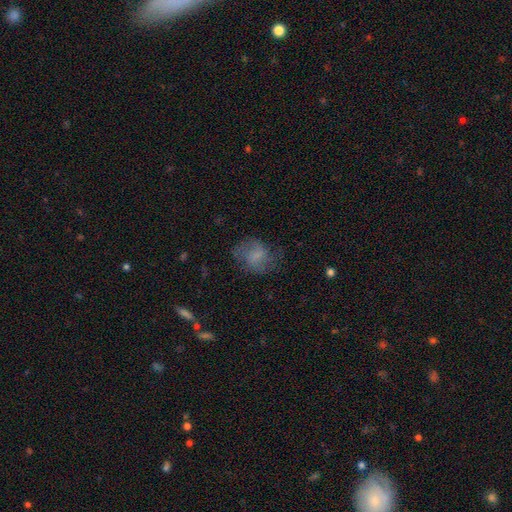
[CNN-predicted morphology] A smooth galaxy with no disk features (52%) that is round (51%).

Vote fractions:
- Smooth or featured? smooth: 52% / featured or disk: 37% / star or artifact: 10%
- How rounded? round: 51% / in between: 47% / cigar-shaped: 1%
- Merging? none: 59% / minor disturbance: 23% / major disturbance: 16% / merger: 1%